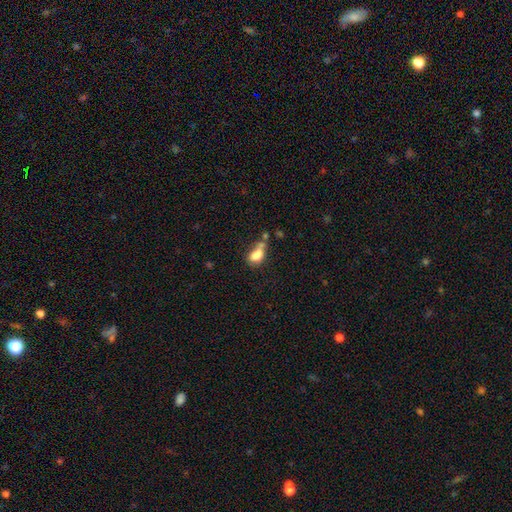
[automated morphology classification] Smooth or featured? smooth (77%)
How rounded? in between (82%)
Merging? merger (31%)